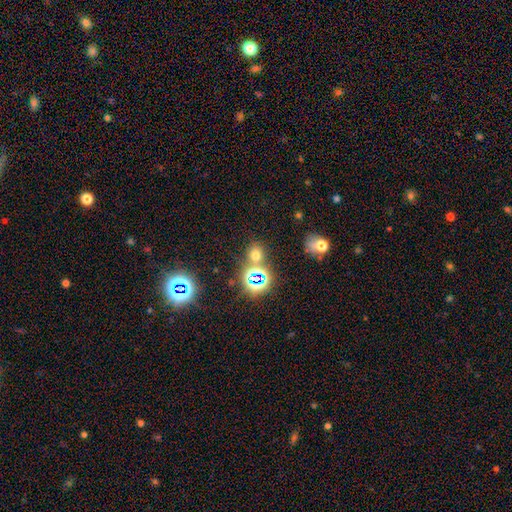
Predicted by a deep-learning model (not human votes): A smooth galaxy with no disk features (57%) that is round (73%).

Vote fractions:
- Smooth or featured? smooth: 57% / star or artifact: 37% / featured or disk: 7%
- How rounded? round: 73% / in between: 26% / cigar-shaped: 1%
- Merging? none: 71% / merger: 16% / minor disturbance: 9% / major disturbance: 4%